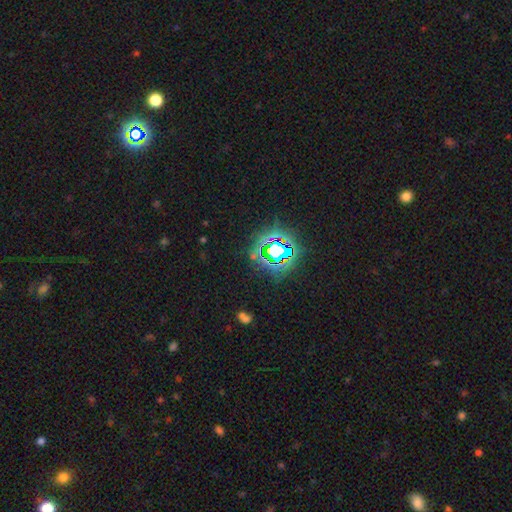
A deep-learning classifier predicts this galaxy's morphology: Smooth or featured: star or artifact — 79% (smooth — 12%)